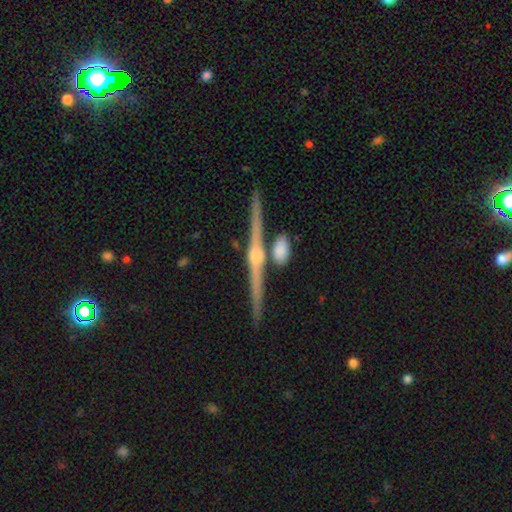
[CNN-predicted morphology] featured or disk 83%, smooth 10%, star or artifact 7%. Down the decision tree: edge-on disk — yes (98%); edge-on bulge — rounded (88%); merging — none (80%).